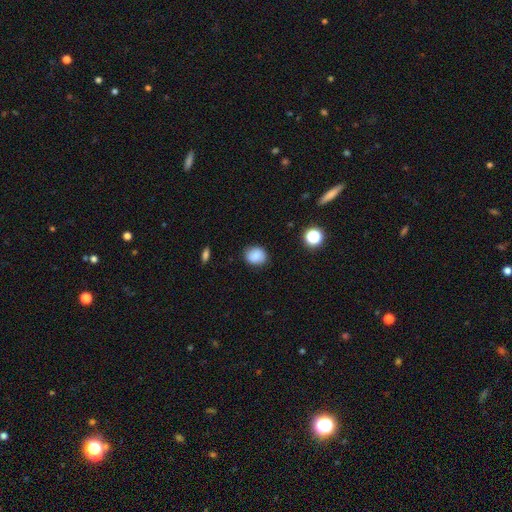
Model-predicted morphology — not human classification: Q: Smooth or featured?
A: smooth (85%); runner-up: star or artifact (10%)
Q: How rounded?
A: round (62%); runner-up: in between (37%)
Q: Merging?
A: none (85%); runner-up: minor disturbance (11%)